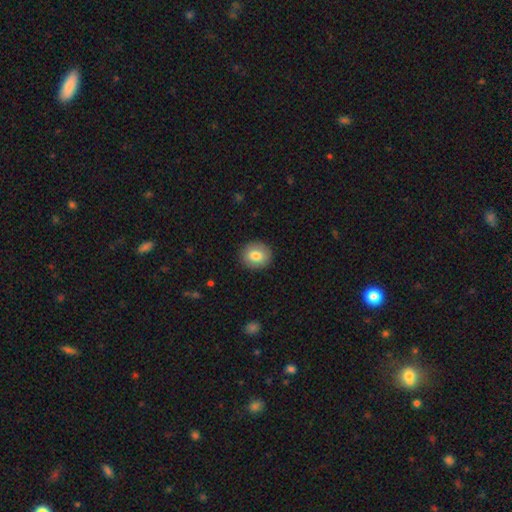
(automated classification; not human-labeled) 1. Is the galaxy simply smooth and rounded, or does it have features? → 80% smooth, 12% featured or disk, 8% star or artifact.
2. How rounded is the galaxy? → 76% round, 23% in between, 1% cigar-shaped.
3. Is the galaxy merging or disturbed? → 90% none, 7% minor disturbance, 2% major disturbance, 1% merger.